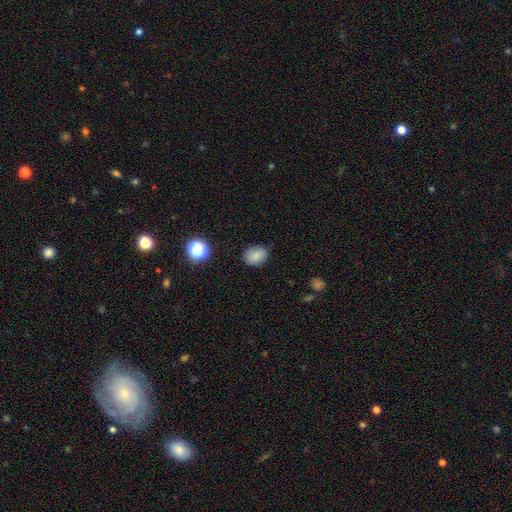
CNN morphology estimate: Smooth or featured? Predicted: smooth (p=0.83). How rounded? Predicted: in between (p=0.51). Merging? Predicted: none (p=0.82).